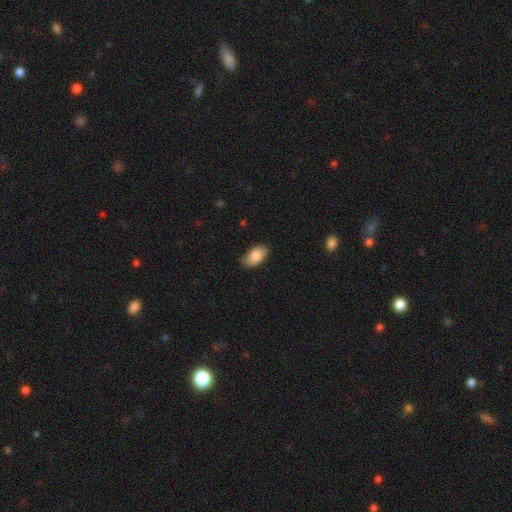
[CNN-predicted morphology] A smooth galaxy with no disk features (85%) that is in between round and cigar-shaped (95%). Merging: none (84%).